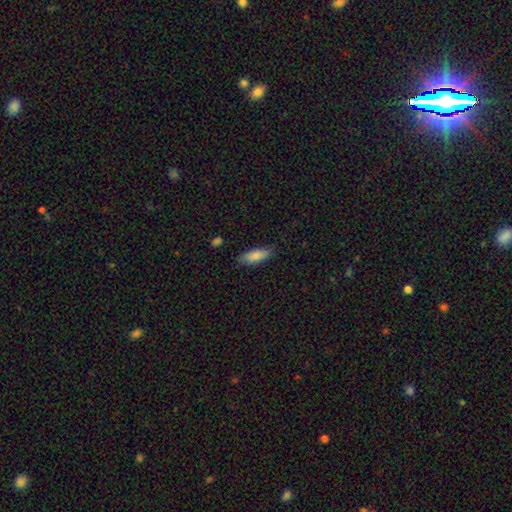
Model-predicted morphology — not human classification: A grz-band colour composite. It shows a smooth galaxy with no disk features (82%) that is in between round and cigar-shaped (68%). Merging: none (78%).